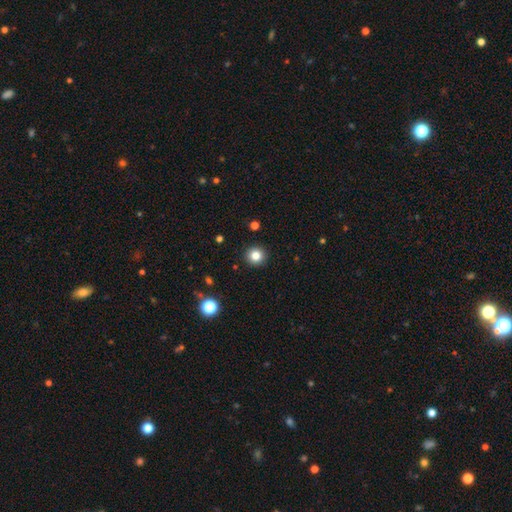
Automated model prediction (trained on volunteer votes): Smooth or featured? Predicted: smooth (p=0.82). How rounded? Predicted: round (p=0.94). Merging? Predicted: none (p=0.92).